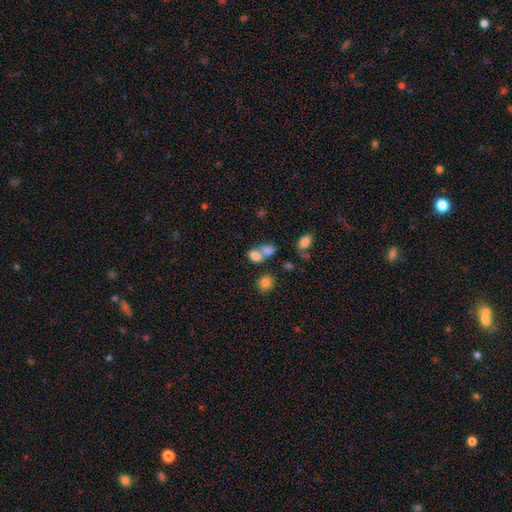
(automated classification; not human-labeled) The model was most divided on "merging": merger: 56%, none: 31%, minor disturbance: 9%, major disturbance: 5%. More confident: smooth or featured — smooth (78%); how rounded — in between (72%).